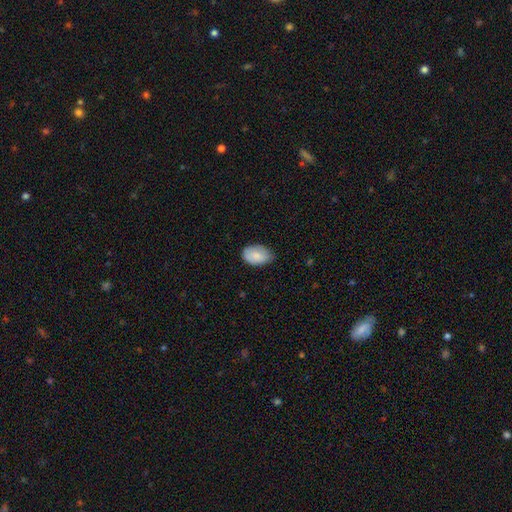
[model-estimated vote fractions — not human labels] smooth-or-featured: smooth: 83% | featured or disk: 11% | star or artifact: 7%
  how-rounded: in between: 89% | round: 10% | cigar-shaped: 1%
  merging: none: 68% | minor disturbance: 27% | major disturbance: 4% | merger: 1%